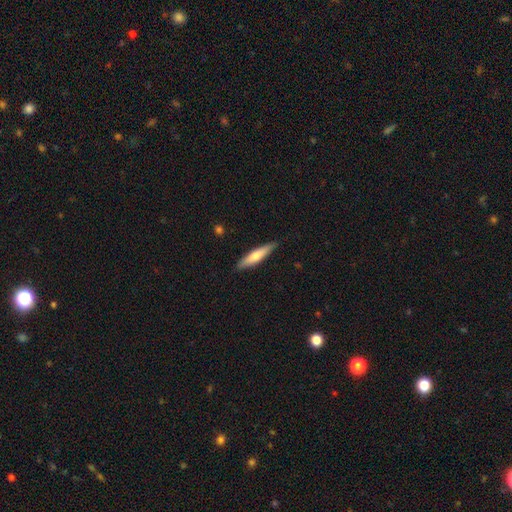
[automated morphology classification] Smooth or featured? smooth (61%)
How rounded? cigar-shaped (83%)
Merging? none (87%)